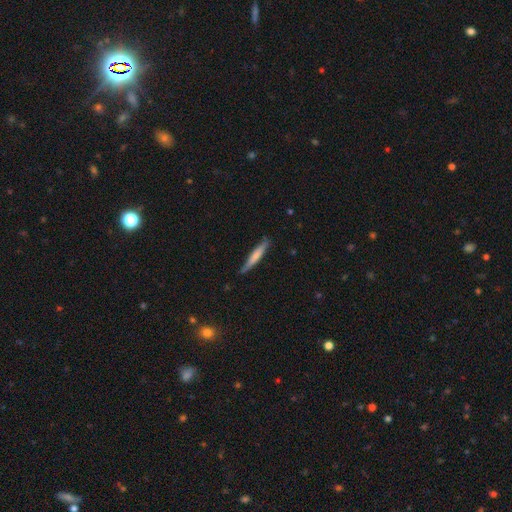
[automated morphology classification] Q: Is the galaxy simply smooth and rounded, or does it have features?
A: smooth — 65%.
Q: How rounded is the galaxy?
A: cigar-shaped — 94%.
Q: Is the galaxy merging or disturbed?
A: none — 81%.